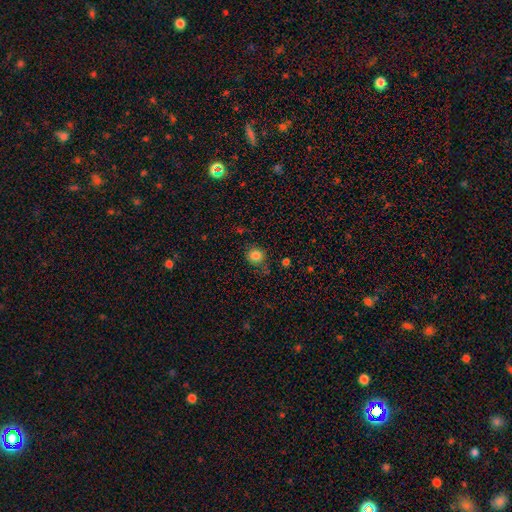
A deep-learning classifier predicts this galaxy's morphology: Q: Smooth or featured?
A: smooth (83%); runner-up: star or artifact (11%)
Q: How rounded?
A: round (85%); runner-up: in between (14%)
Q: Merging?
A: none (73%); runner-up: minor disturbance (19%)